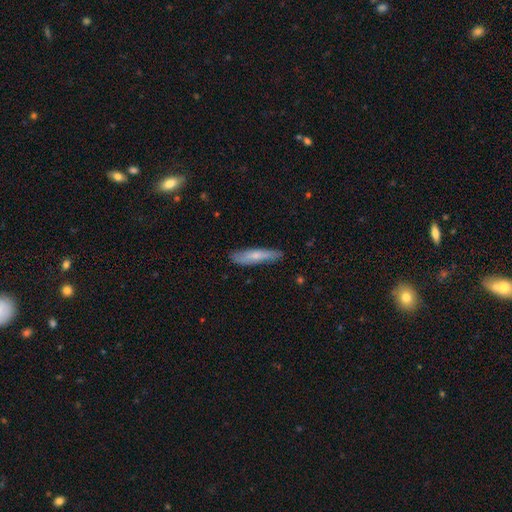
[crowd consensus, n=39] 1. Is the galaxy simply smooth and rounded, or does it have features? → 72% smooth, 26% featured or disk, 3% star or artifact.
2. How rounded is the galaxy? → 86% cigar-shaped, 14% in between, 0% round.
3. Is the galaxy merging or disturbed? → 84% none, 8% major disturbance, 5% minor disturbance, 3% merger.